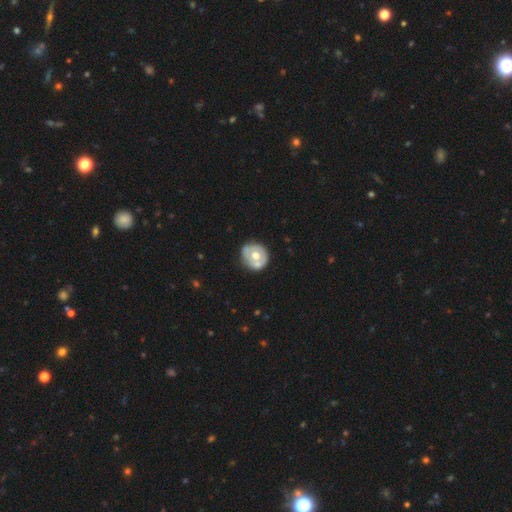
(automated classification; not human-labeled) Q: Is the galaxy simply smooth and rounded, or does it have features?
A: featured or disk — 51%.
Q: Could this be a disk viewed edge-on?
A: no — 96%.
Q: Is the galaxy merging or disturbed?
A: none — 65%.